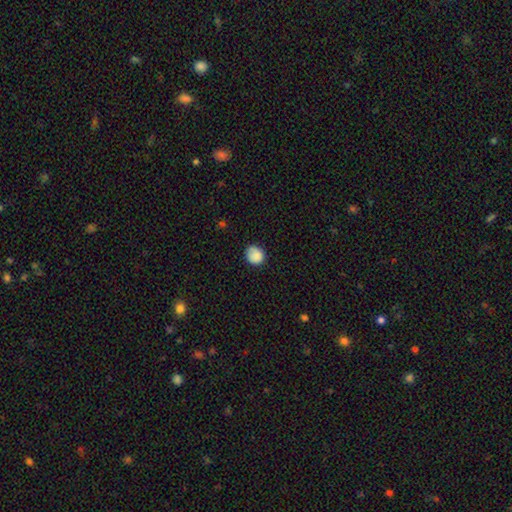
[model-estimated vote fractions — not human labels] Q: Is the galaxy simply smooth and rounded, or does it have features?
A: smooth — 87%.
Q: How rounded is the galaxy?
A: round — 79%.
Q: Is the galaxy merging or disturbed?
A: none — 74%.